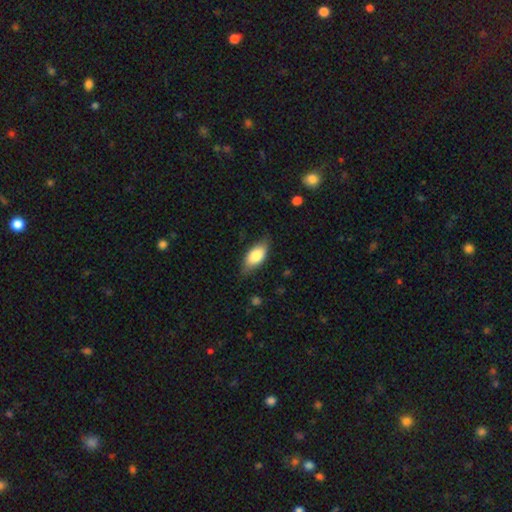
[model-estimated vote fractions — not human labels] smooth_or_featured: smooth (p=0.76) [alt: featured or disk p=0.17]
how_rounded: in between (p=0.87) [alt: cigar-shaped p=0.10]
merging: none (p=0.76) [alt: minor disturbance p=0.19]